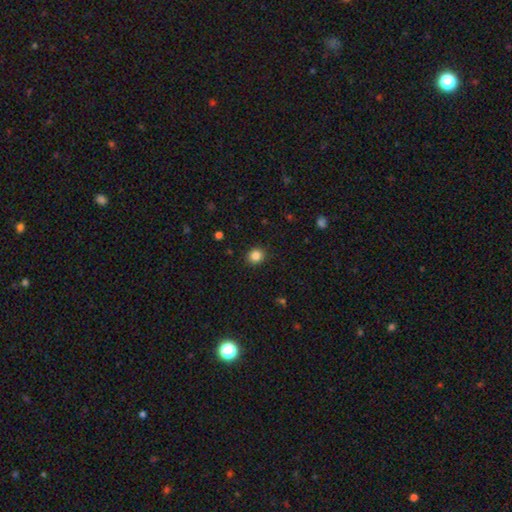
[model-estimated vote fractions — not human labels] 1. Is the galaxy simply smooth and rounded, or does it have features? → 85% smooth, 11% star or artifact, 4% featured or disk.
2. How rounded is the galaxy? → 82% round, 17% in between, 1% cigar-shaped.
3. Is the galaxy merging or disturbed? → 91% none, 6% minor disturbance, 2% major disturbance, 1% merger.